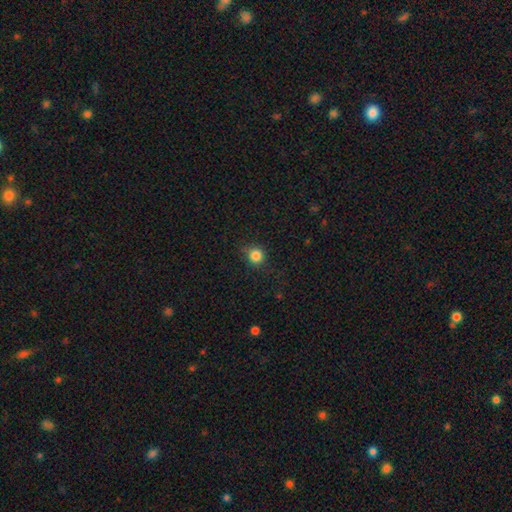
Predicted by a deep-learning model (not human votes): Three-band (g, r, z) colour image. It shows a smooth galaxy with no disk features (84%) that is round (89%). Merging: none (82%).